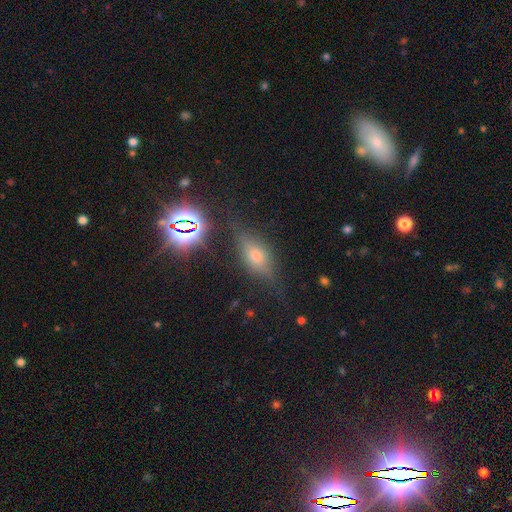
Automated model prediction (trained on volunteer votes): Overall: featured or disk (40%; smooth 36%). Merging: none (74%).